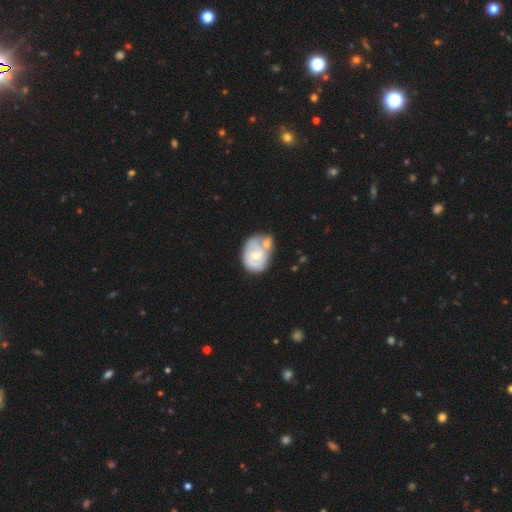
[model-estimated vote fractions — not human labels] smooth-or-featured: featured or disk: 60% | smooth: 35% | star or artifact: 5%
  disk-edge-on: no: 97% | yes: 3%
    bar: no: 67% | weak: 28% | strong: 5%
    has-spiral-arms: yes: 56% | no: 44%
    bulge-size: moderate: 59% | small: 36% | large: 3% | none: 2% | dominant: 1%
  merging: merger: 54% | none: 22% | minor disturbance: 16% | major disturbance: 8%